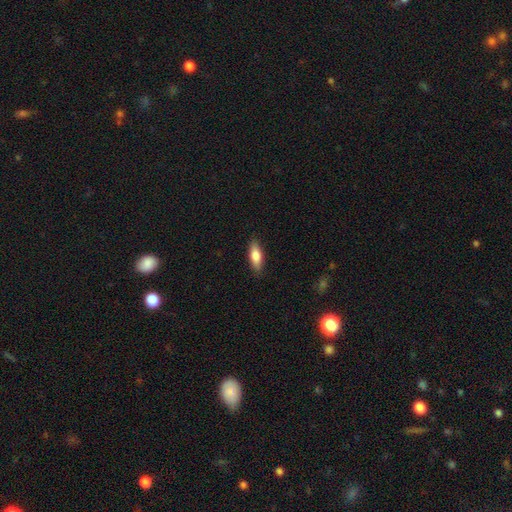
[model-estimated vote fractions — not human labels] smooth 78%, featured or disk 16%, star or artifact 6%. Down the decision tree: how rounded — in between (65%); merging — none (88%).